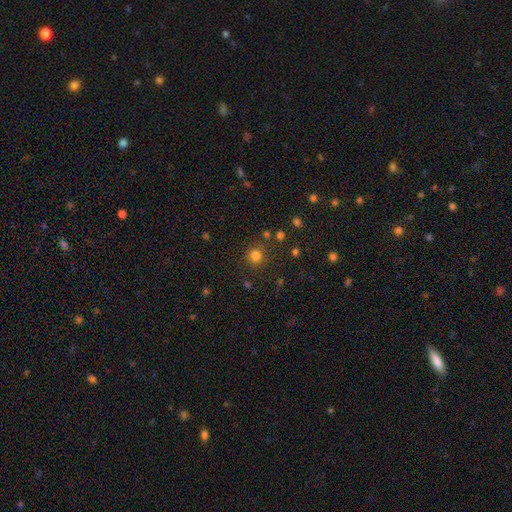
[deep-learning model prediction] Smooth or featured? smooth (79%)
How rounded? round (91%)
Merging? none (84%)